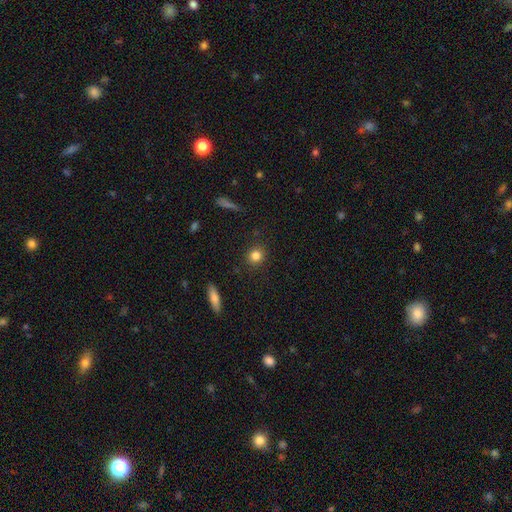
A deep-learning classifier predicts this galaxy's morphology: This is clearly a smooth galaxy (83%). How rounded: clearly round (86%). Merging: clearly none (90%).